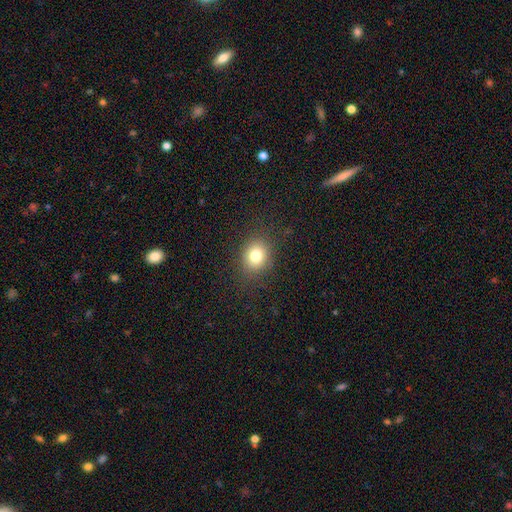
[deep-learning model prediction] smooth_or_featured: smooth (p=0.78) [alt: star or artifact p=0.13]
how_rounded: round (p=0.67) [alt: in between p=0.32]
merging: none (p=0.86) [alt: minor disturbance p=0.09]